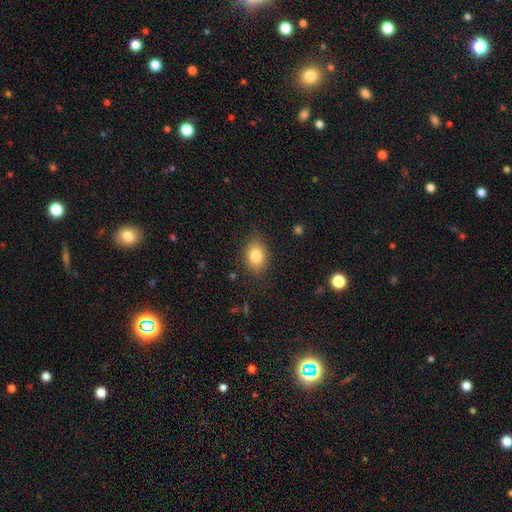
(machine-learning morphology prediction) Smooth or featured? smooth (83%)
How rounded? in between (74%)
Merging? none (85%)